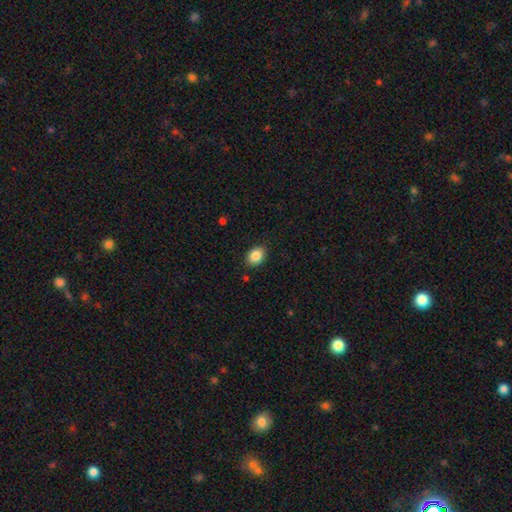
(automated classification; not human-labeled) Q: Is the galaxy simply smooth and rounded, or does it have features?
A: smooth — 86%.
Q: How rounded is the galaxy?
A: in between — 70%.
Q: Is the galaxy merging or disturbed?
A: none — 86%.